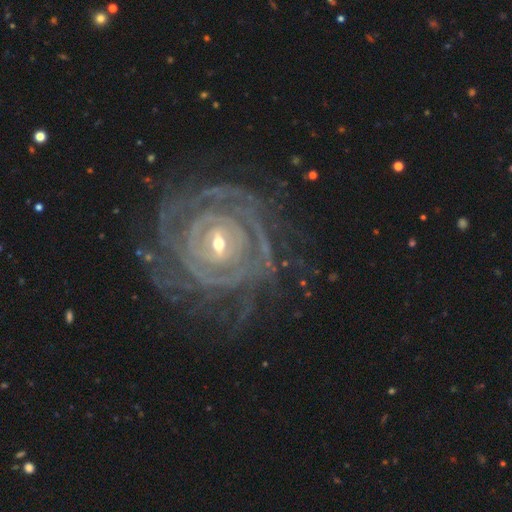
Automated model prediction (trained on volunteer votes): featured or disk 87%, star or artifact 7%, smooth 6%. Down the decision tree: edge-on disk — no (96%); bar — no (48%); spiral arms — yes (93%); spiral arm count — can't tell (36%); spiral winding — tight (85%); bulge size — small (65%); merging — none (75%).